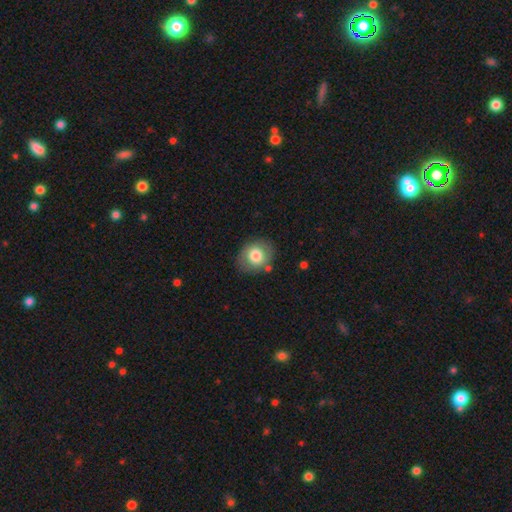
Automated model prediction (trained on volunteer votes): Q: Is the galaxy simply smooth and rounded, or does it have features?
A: smooth — 73%.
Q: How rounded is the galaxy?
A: round — 65%.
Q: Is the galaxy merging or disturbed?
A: none — 79%.